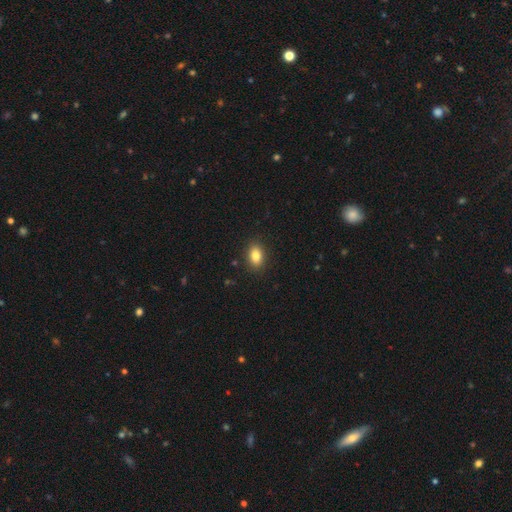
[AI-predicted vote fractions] Smooth or featured? smooth (84%)
How rounded? in between (82%)
Merging? none (88%)